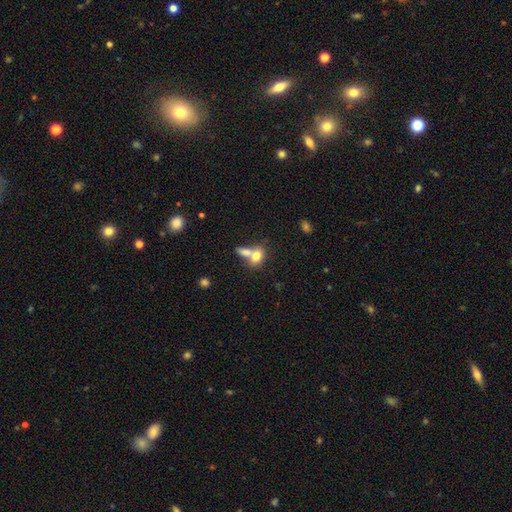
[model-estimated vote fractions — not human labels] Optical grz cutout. It shows a smooth galaxy with no disk features (76%) that is in between round and cigar-shaped (72%). Merging: merger (59%).